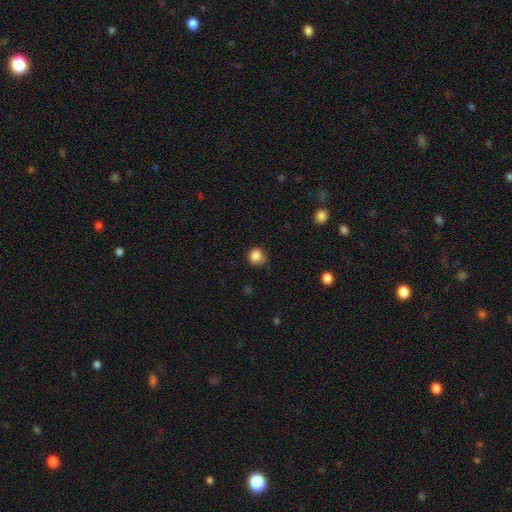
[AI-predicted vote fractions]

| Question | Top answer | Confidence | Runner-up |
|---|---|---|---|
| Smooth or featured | smooth | 85% | star or artifact (11%) |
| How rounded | round | 80% | in between (19%) |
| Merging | none | 68% | minor disturbance (25%) |